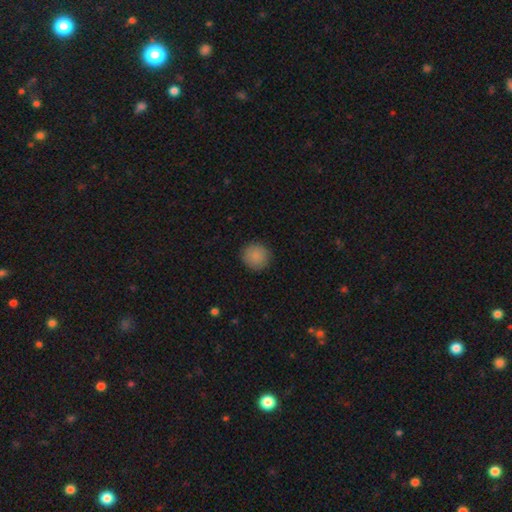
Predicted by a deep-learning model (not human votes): This is clearly a smooth galaxy (88%). How rounded: clearly round (93%). Merging: clearly none (90%).